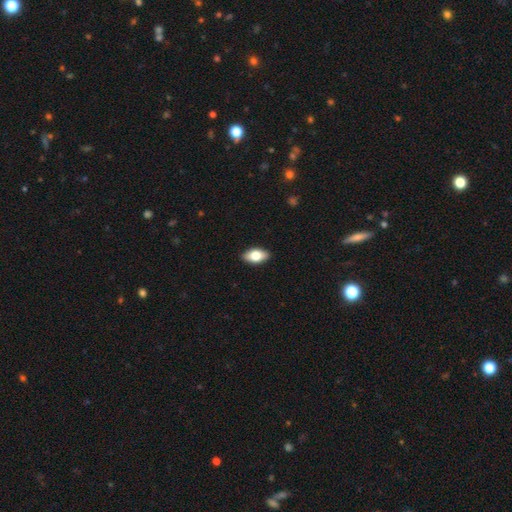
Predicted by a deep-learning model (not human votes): Smooth or featured?
  - smooth: 75% *
  - featured or disk: 18%
  - star or artifact: 7%
How rounded?
  - in between: 91% *
  - round: 5%
  - cigar-shaped: 4%
Merging?
  - none: 90% *
  - minor disturbance: 8%
  - major disturbance: 2%
  - merger: 1%